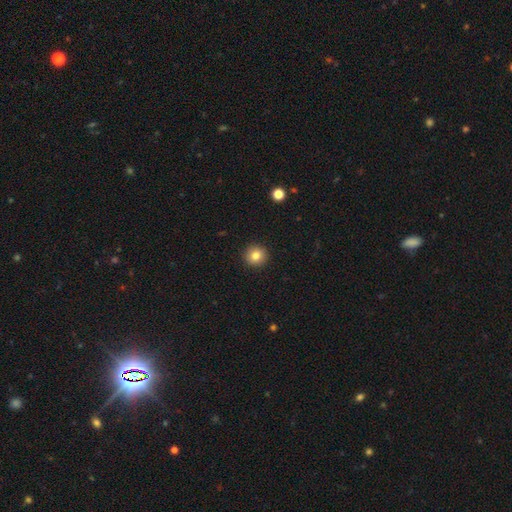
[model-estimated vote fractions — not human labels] Smooth or featured? smooth (82%)
How rounded? round (95%)
Merging? none (93%)